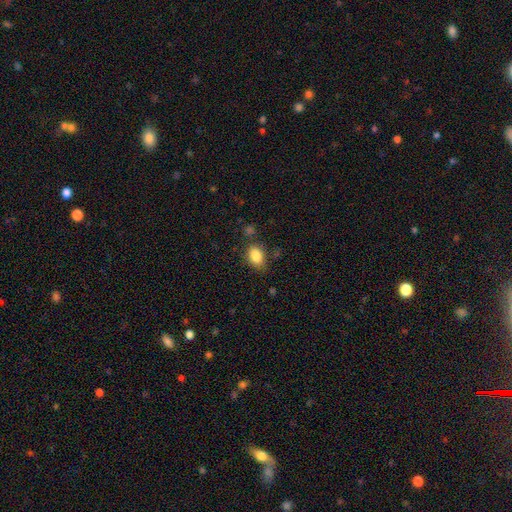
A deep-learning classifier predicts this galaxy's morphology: Q: Smooth or featured?
A: smooth (85%); runner-up: star or artifact (9%)
Q: How rounded?
A: in between (80%); runner-up: round (19%)
Q: Merging?
A: none (75%); runner-up: minor disturbance (16%)